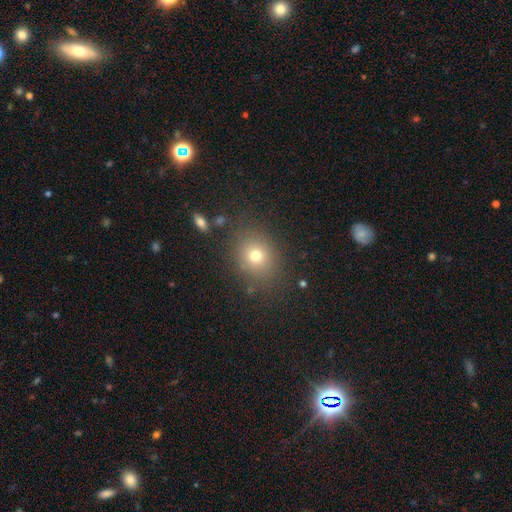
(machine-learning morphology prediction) Smooth or featured? smooth (72%)
How rounded? round (62%)
Merging? none (81%)